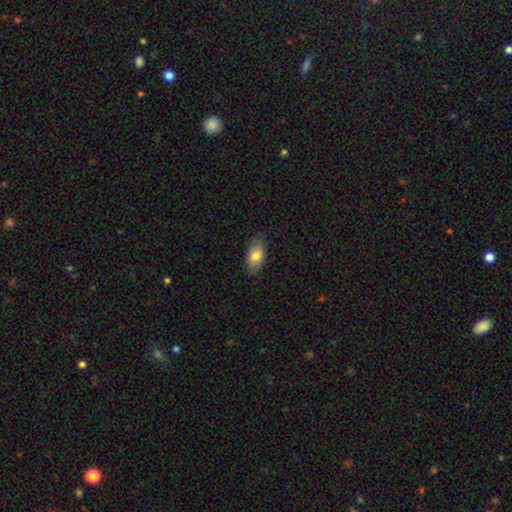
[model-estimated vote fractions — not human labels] A smooth galaxy with no disk features (80%) that is in between round and cigar-shaped (91%).

Vote fractions:
- Smooth or featured? smooth: 80% / featured or disk: 14% / star or artifact: 6%
- How rounded? in between: 91% / cigar-shaped: 5% / round: 4%
- Merging? none: 84% / minor disturbance: 13% / major disturbance: 2% / merger: 1%